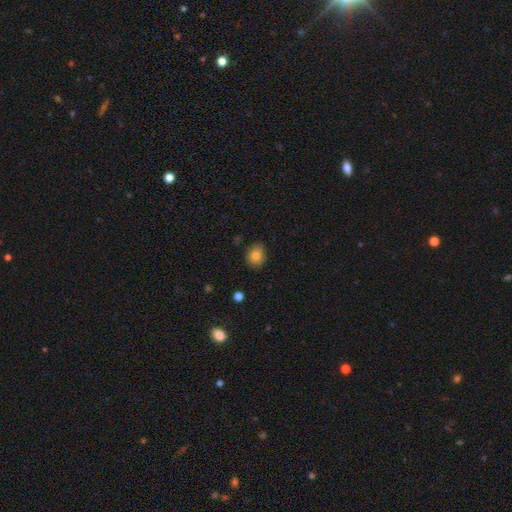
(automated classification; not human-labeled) smooth_or_featured: smooth (p=0.79) [alt: star or artifact p=0.11]
how_rounded: round (p=0.59) [alt: in between p=0.40]
merging: none (p=0.74) [alt: minor disturbance p=0.21]